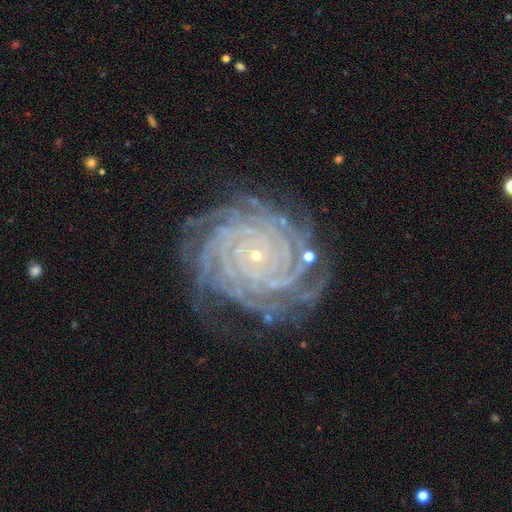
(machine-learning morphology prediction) featured or disk 90%, star or artifact 6%, smooth 4%. Down the decision tree: edge-on disk — no (98%); bar — no (79%); spiral arms — yes (99%); spiral arm count — more than 4 (39%); spiral winding — tight (89%); bulge size — small (90%); merging — none (80%).